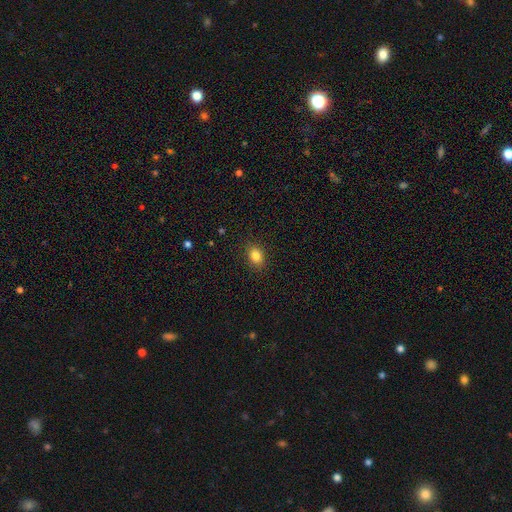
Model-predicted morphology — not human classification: smooth_or_featured: smooth (p=0.83) [alt: star or artifact p=0.10]
how_rounded: in between (p=0.68) [alt: round p=0.31]
merging: none (p=0.88) [alt: minor disturbance p=0.09]